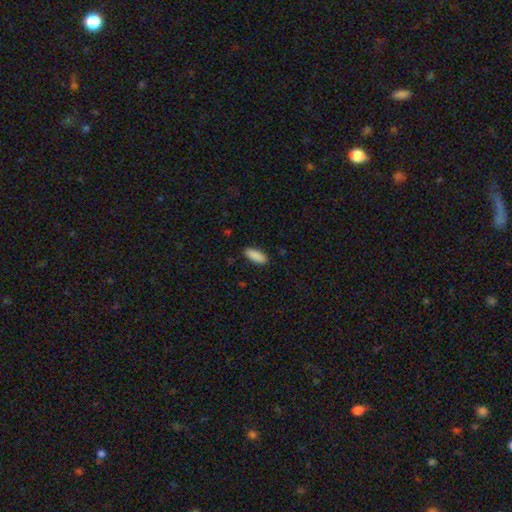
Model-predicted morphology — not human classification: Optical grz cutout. It shows a smooth galaxy with no disk features (90%) that is in between round and cigar-shaped (76%). Merging: none (88%).